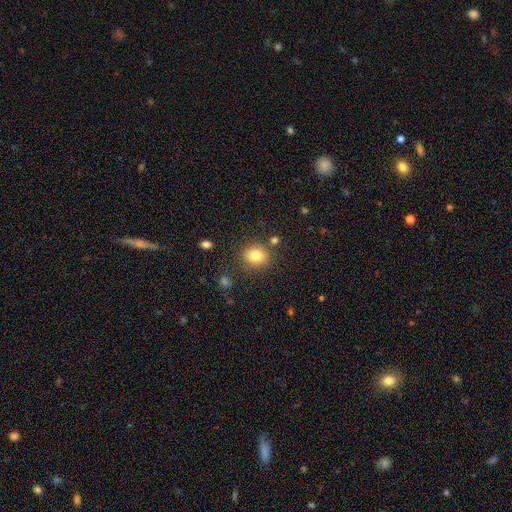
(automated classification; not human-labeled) A smooth galaxy with no disk features (80%) that is round (76%). Merging: none (81%).